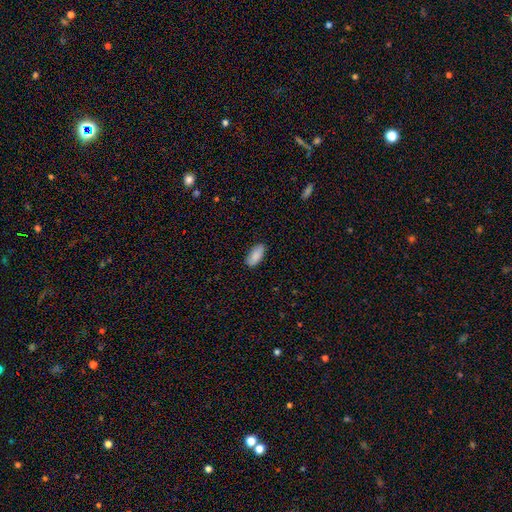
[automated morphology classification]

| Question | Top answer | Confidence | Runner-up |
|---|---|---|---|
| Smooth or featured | smooth | 88% | star or artifact (6%) |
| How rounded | in between | 90% | cigar-shaped (8%) |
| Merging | none | 87% | minor disturbance (10%) |